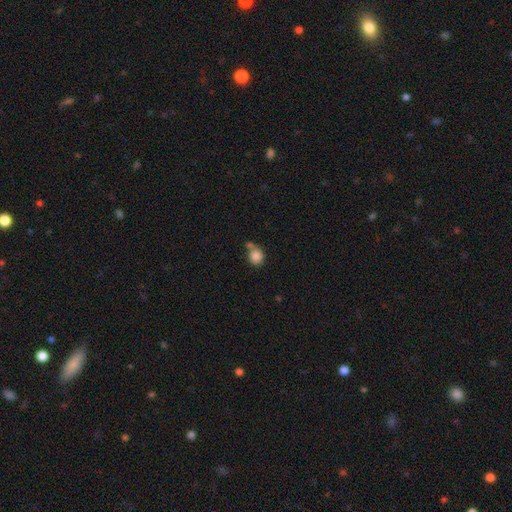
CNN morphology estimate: Q: Smooth or featured?
A: smooth (85%); runner-up: star or artifact (9%)
Q: How rounded?
A: round (75%); runner-up: in between (24%)
Q: Merging?
A: none (51%); runner-up: merger (27%)